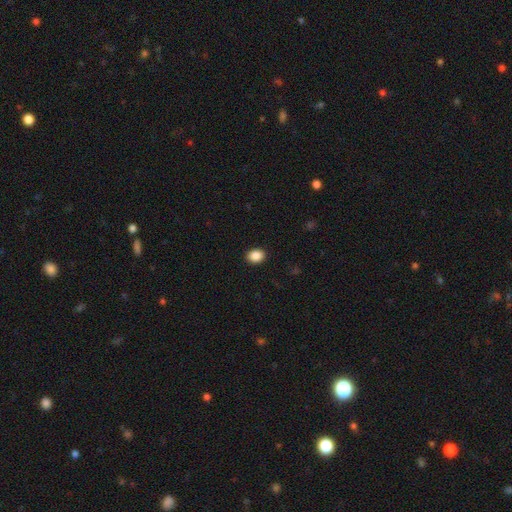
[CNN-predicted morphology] Overall: smooth (89%). How rounded: in between (57%; round 43%). Merging: none (91%).